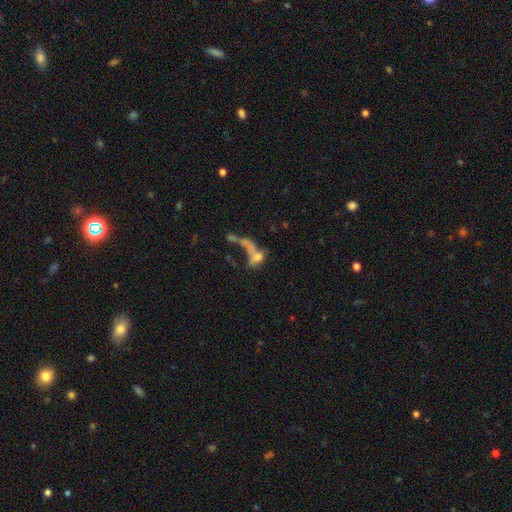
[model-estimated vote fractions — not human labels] smooth_or_featured: smooth (p=0.49) [alt: featured or disk p=0.36]
merging: merger (p=0.48) [alt: major disturbance p=0.30]